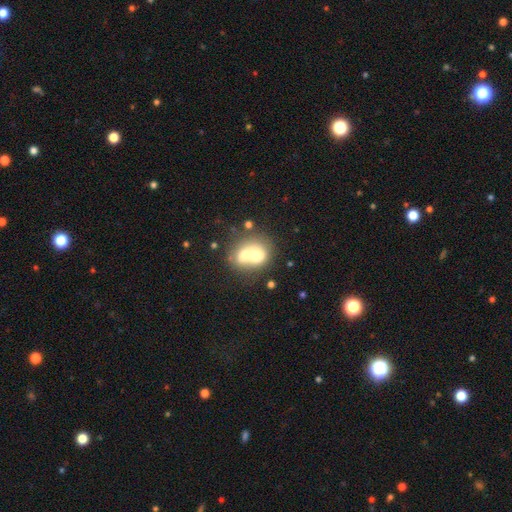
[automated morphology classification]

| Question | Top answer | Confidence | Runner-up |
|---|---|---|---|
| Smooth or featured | smooth | 63% | featured or disk (28%) |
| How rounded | round | 57% | in between (42%) |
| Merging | merger | 71% | none (18%) |